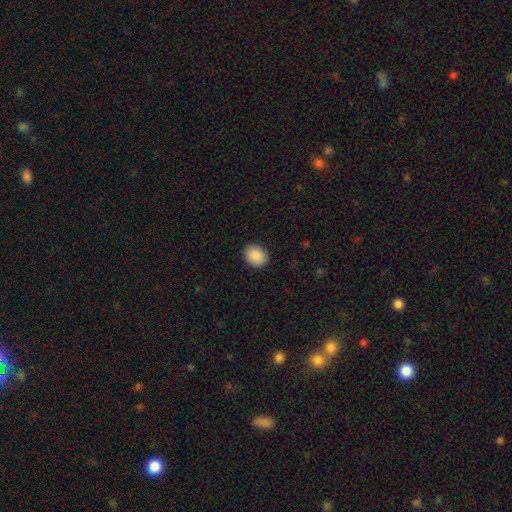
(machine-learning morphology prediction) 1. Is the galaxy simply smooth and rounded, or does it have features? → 90% smooth, 7% star or artifact, 3% featured or disk.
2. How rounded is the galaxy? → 54% round, 45% in between, 1% cigar-shaped.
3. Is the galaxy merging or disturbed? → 90% none, 7% minor disturbance, 2% major disturbance, 1% merger.